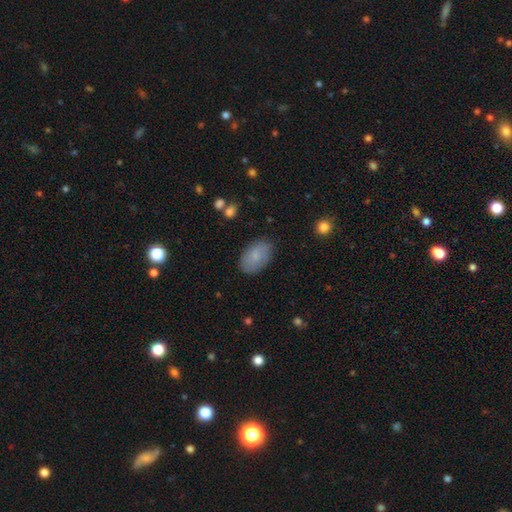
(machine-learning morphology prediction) smooth 80%, featured or disk 14%, star or artifact 7%. Down the decision tree: how rounded — in between (92%); merging — none (83%).